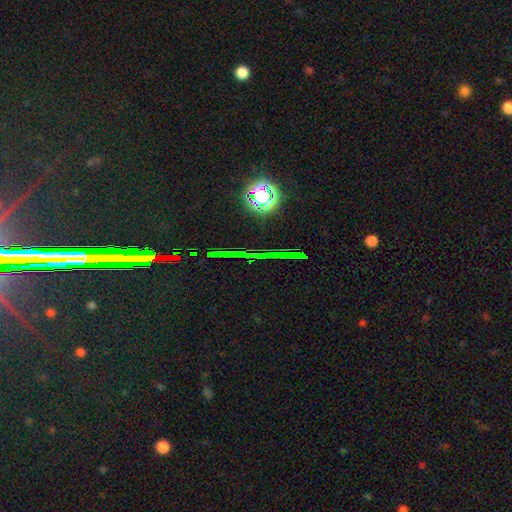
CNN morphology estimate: A star or artifact, not a galaxy (76%).

Vote fractions:
- Smooth or featured? star or artifact: 76% / featured or disk: 13% / smooth: 11%